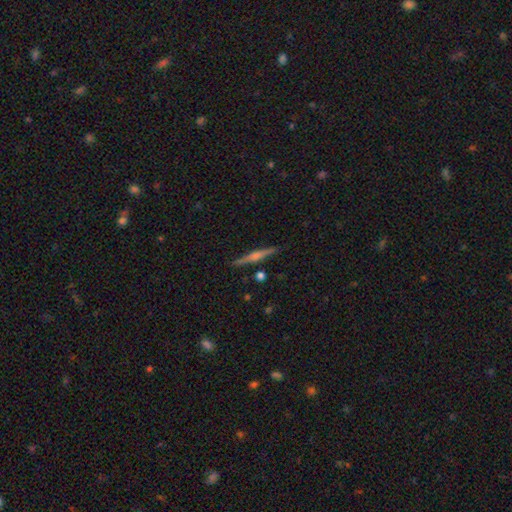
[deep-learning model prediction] Smooth or featured: featured or disk — 74% (smooth — 20%)
Edge-on disk: yes — 98% (no — 2%)
Edge-on bulge: rounded — 78% (boxy — 11%)
Merging: none — 91% (minor disturbance — 6%)